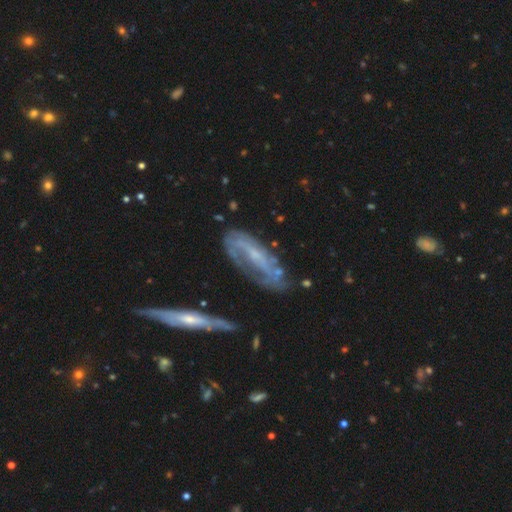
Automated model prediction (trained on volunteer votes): A featured or disk galaxy (70%) with no bar (49%), spiral arms (70%) and a small central bulge (63%). Merging: none (54%).